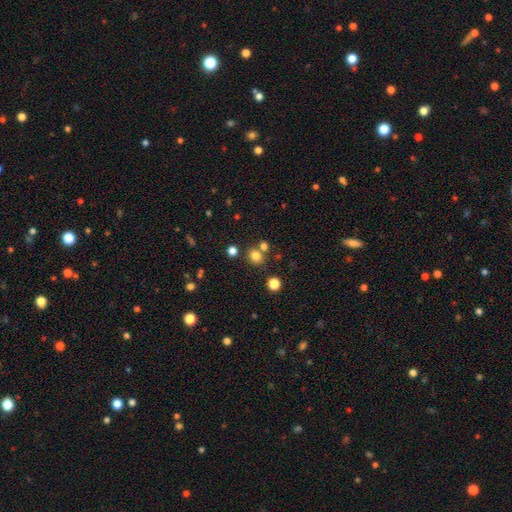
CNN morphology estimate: This appears to be a smooth galaxy with no disk features (78%) that is round (65%). Merging: none (69%).